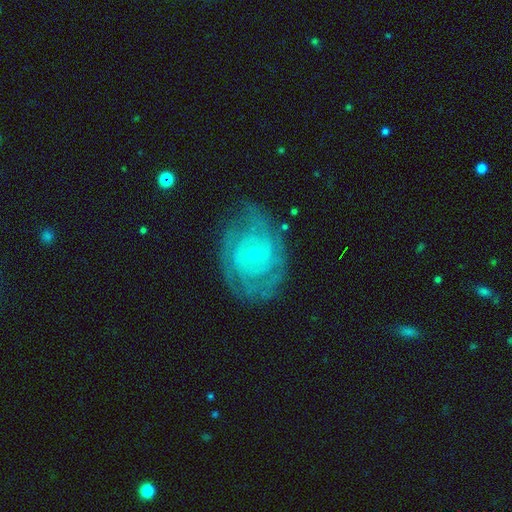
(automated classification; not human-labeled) Smooth or featured: featured or disk — 81% (smooth — 10%)
Edge-on disk: no — 96% (yes — 4%)
Bar: no — 69% (weak — 24%)
Spiral arms: yes — 92% (no — 8%)
Spiral winding: tight — 77% (medium — 19%)
Spiral arm count: can't tell — 37% (2 — 28%)
Bulge size: small — 75% (moderate — 22%)
Merging: none — 75% (minor disturbance — 17%)